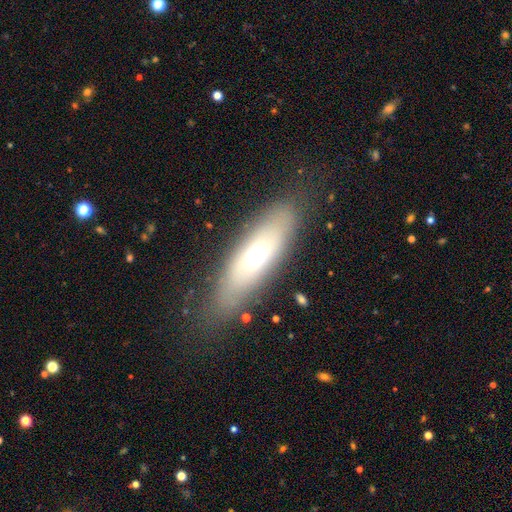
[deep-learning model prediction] smooth 57%, featured or disk 34%, star or artifact 9%. Down the decision tree: how rounded — in between (55%); merging — none (78%).